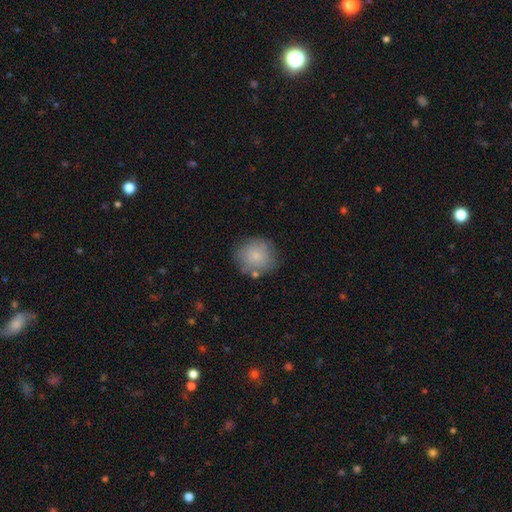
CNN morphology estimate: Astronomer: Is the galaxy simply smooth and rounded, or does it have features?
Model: smooth — 80%.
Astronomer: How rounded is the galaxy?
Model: round — 86%.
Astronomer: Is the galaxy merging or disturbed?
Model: none — 75%.